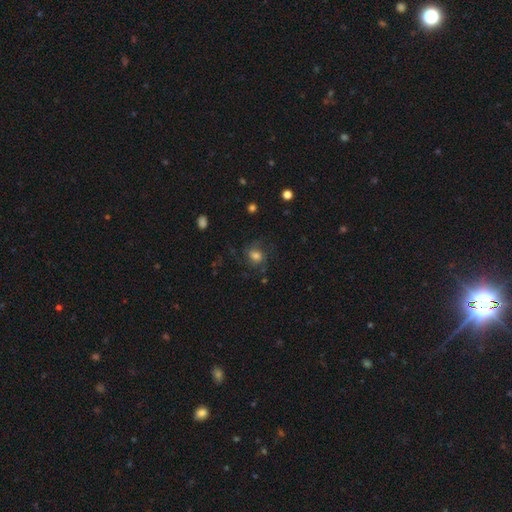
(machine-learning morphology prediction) The model was most divided on "smooth or featured": smooth: 53%, featured or disk: 33%, star or artifact: 14%. More confident: merging — none (65%); how rounded — round (60%).